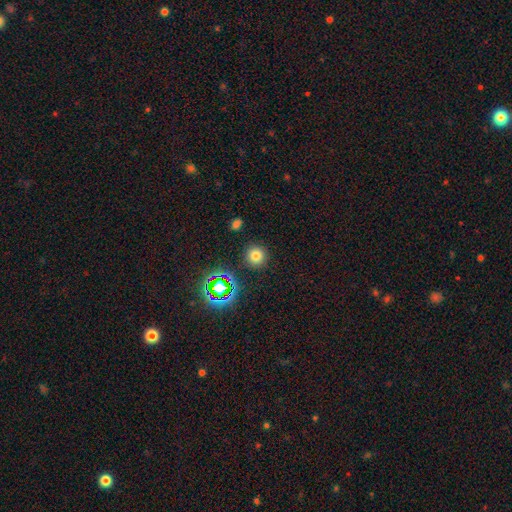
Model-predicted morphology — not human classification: A smooth galaxy with no disk features (73%) that is round (93%).

Vote fractions:
- Smooth or featured? smooth: 73% / star or artifact: 20% / featured or disk: 7%
- How rounded? round: 93% / in between: 6% / cigar-shaped: 1%
- Merging? none: 89% / minor disturbance: 6% / major disturbance: 3% / merger: 2%